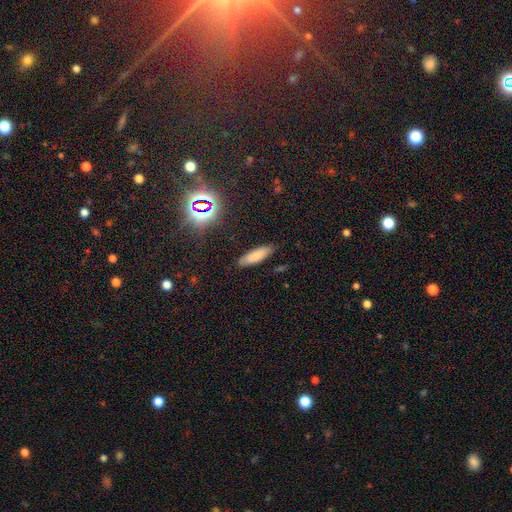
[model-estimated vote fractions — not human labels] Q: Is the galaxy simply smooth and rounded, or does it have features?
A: smooth — 76%.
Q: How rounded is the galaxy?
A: cigar-shaped — 54%.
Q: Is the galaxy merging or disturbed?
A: none — 84%.